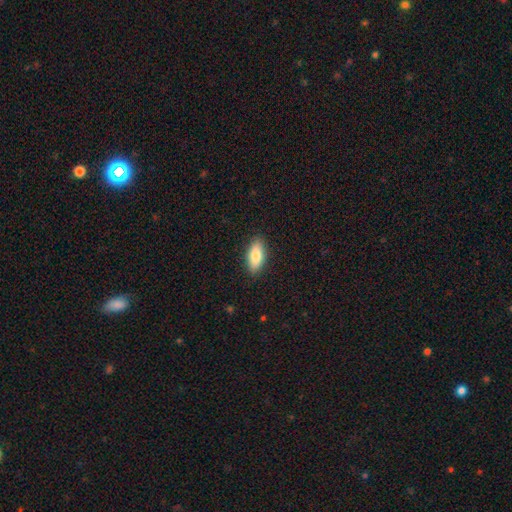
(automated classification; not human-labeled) smooth 84%, featured or disk 10%, star or artifact 6%. Down the decision tree: how rounded — in between (83%); merging — none (88%).